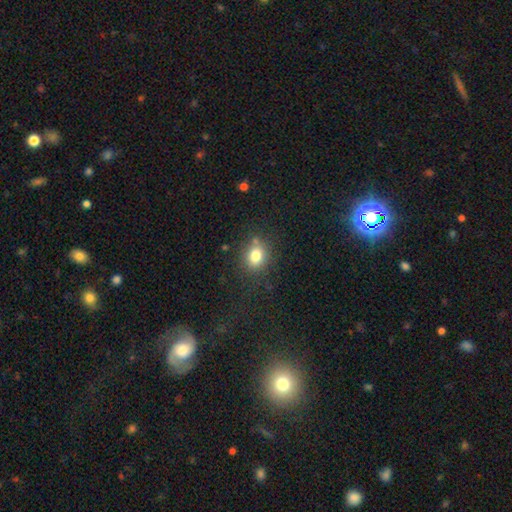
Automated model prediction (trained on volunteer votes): This appears to be a smooth galaxy with no disk features (80%) that is round (57%). Merging: none (76%).